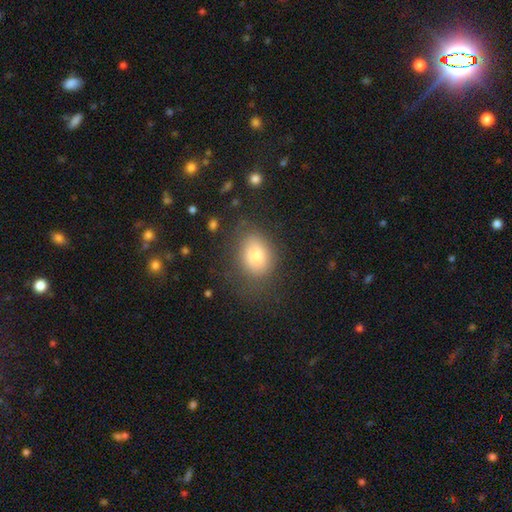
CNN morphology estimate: Overall: smooth (78%). How rounded: in between (69%; round 30%). Merging: none (68%).